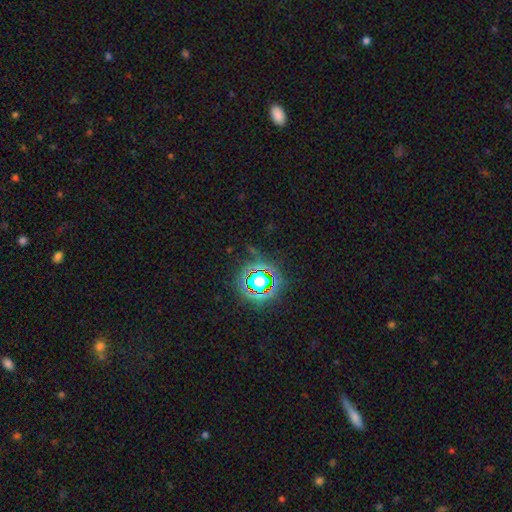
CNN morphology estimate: star or artifact 77%, smooth 15%, featured or disk 8%.